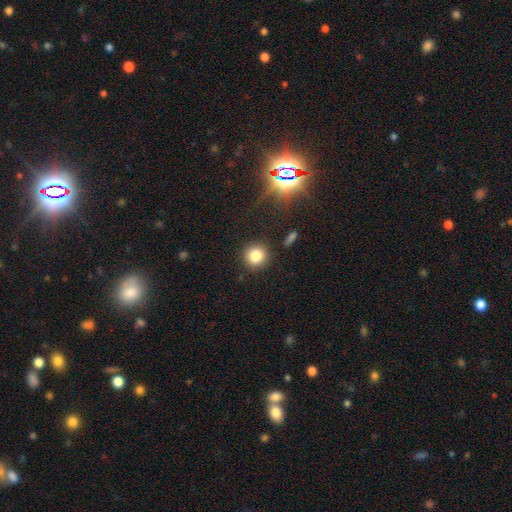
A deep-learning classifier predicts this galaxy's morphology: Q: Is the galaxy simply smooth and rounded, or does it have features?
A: smooth — 81%.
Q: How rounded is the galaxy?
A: round — 88%.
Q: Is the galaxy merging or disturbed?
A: none — 88%.